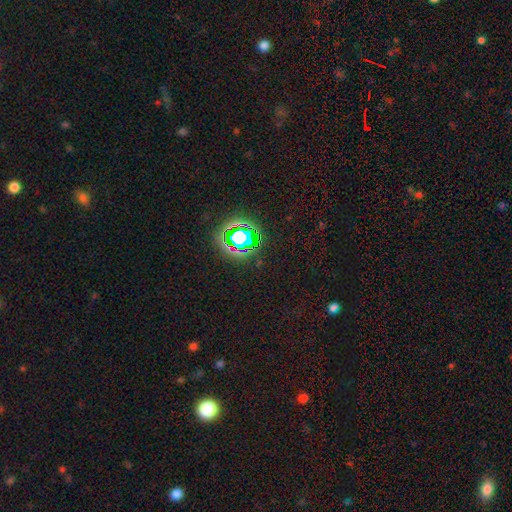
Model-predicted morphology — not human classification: Smooth or featured?
  - star or artifact: 78% *
  - smooth: 14%
  - featured or disk: 7%